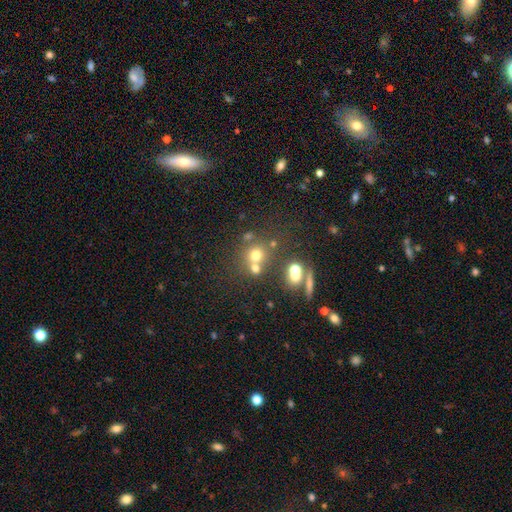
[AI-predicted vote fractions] Q: Smooth or featured?
A: smooth (64%); runner-up: star or artifact (22%)
Q: How rounded?
A: round (85%); runner-up: in between (14%)
Q: Merging?
A: none (55%); runner-up: merger (31%)